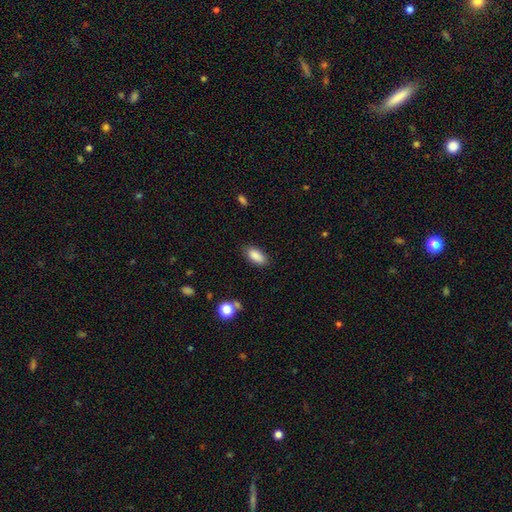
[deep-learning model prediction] Overall: smooth (88%). How rounded: in between (88%). Merging: none (84%).